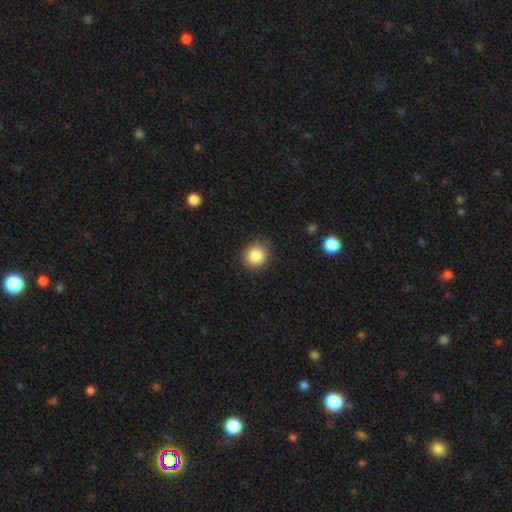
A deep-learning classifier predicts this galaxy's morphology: Smooth or featured? Predicted: smooth (p=0.86). How rounded? Predicted: round (p=0.86). Merging? Predicted: none (p=0.85).